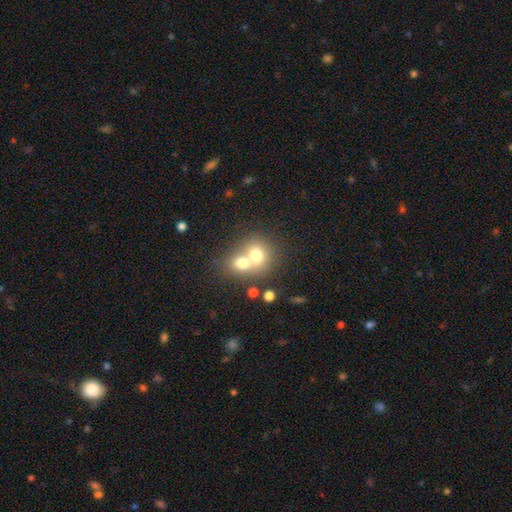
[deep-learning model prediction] Smooth or featured? Predicted: smooth (p=0.70). How rounded? Predicted: round (p=0.70). Merging? Predicted: merger (p=0.66).